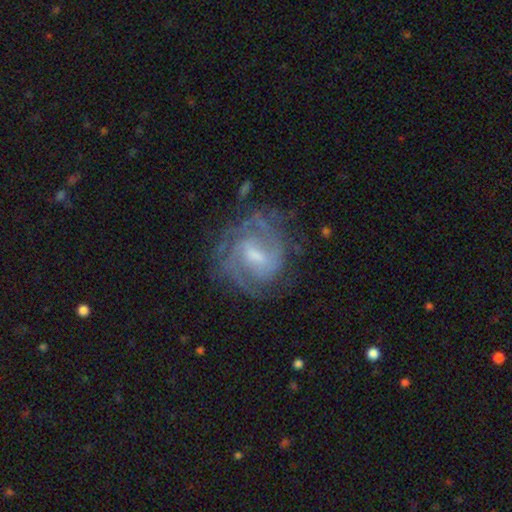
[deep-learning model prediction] A featured or disk galaxy (83%) with a weak bar (59%), tight (55%) spiral arms (92%) and a moderate central bulge (45%).

Vote fractions:
- Smooth or featured? featured or disk: 83% / smooth: 11% / star or artifact: 6%
- Edge-on disk? no: 97% / yes: 3%
- Bar? weak: 59% / strong: 21% / no: 20%
- Spiral arms? yes: 92% / no: 8%
- Spiral winding? tight: 55% / medium: 36% / loose: 9%
- Spiral arm count? can't tell: 34% / 2: 28% / 3: 21% / 4: 8% / 1: 5% / more than 4: 4%
- Bulge size? moderate: 45% / small: 39% / none: 10% / large: 5% / dominant: 1%
- Merging? none: 66% / minor disturbance: 20% / major disturbance: 13% / merger: 2%